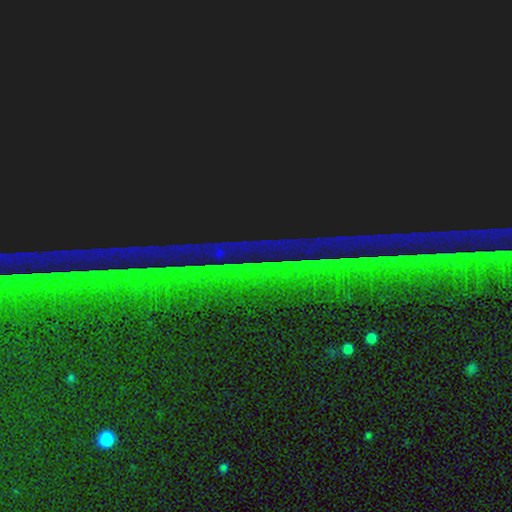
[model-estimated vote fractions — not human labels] Smooth or featured? star or artifact (89%)